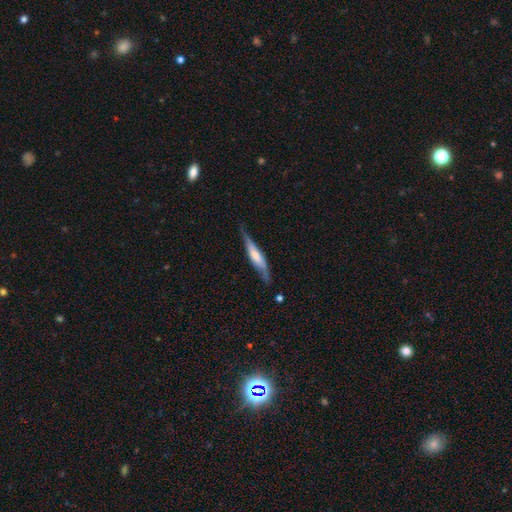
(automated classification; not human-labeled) Overall: featured or disk (54%; smooth 40%). Edge-on disk: yes (82%). Merging: none (69%).